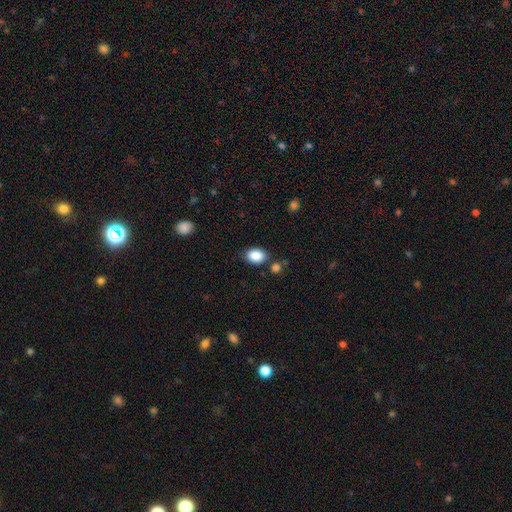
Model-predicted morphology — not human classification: smooth-or-featured: smooth: 88% | star or artifact: 8% | featured or disk: 4%
  how-rounded: in between: 77% | round: 22% | cigar-shaped: 1%
  merging: none: 78% | minor disturbance: 13% | merger: 6% | major disturbance: 3%